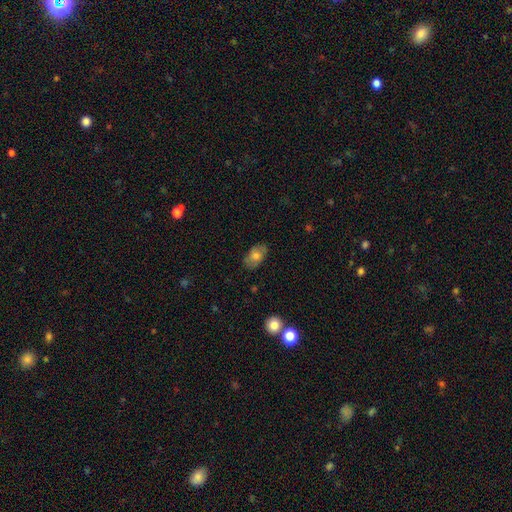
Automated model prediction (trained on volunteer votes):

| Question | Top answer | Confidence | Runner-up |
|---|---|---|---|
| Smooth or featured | smooth | 71% | featured or disk (21%) |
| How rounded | in between | 90% | round (8%) |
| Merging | none | 78% | minor disturbance (17%) |